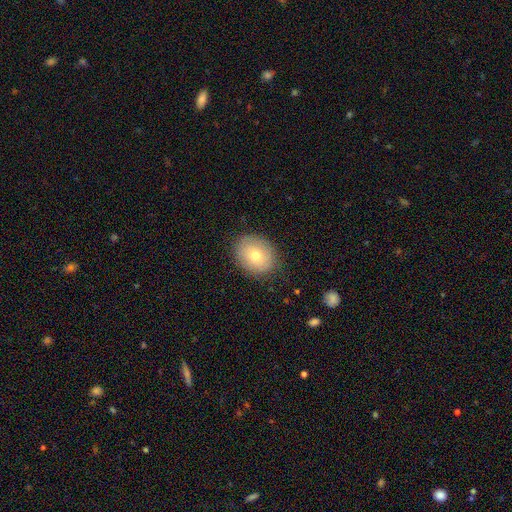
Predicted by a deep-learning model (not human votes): Smooth or featured? Predicted: smooth (p=0.73). How rounded? Predicted: in between (p=0.50). Merging? Predicted: none (p=0.84).